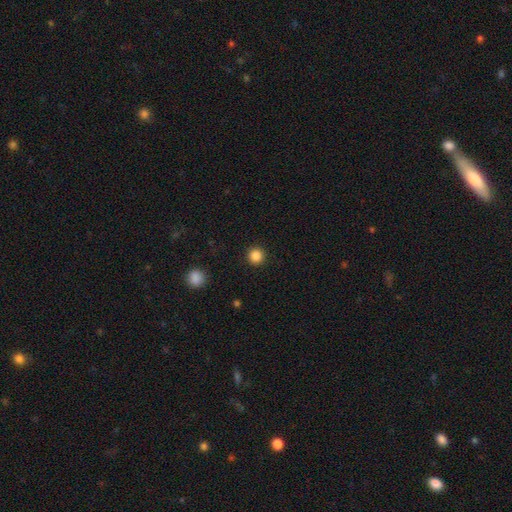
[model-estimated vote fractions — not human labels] Smooth or featured? smooth (85%)
How rounded? round (95%)
Merging? none (93%)